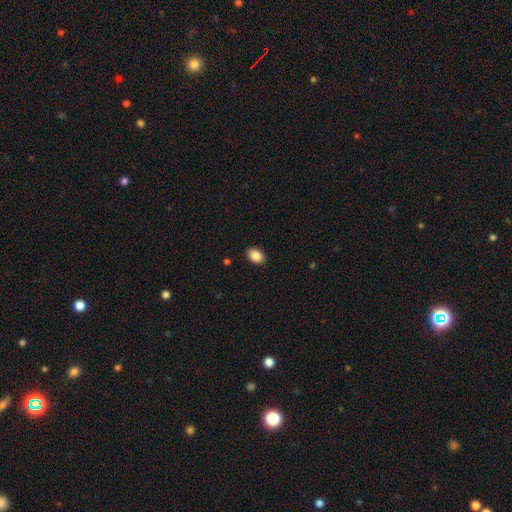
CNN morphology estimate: Smooth or featured: smooth — 87% (star or artifact — 8%)
How rounded: in between — 82% (round — 17%)
Merging: none — 89% (minor disturbance — 8%)